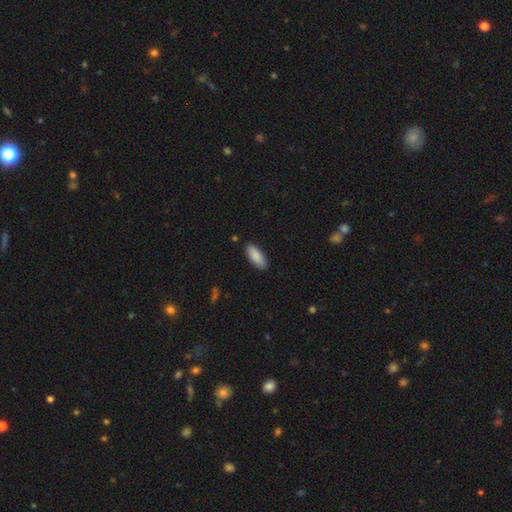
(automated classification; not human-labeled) Q: Smooth or featured?
A: smooth (89%); runner-up: star or artifact (6%)
Q: How rounded?
A: in between (81%); runner-up: cigar-shaped (17%)
Q: Merging?
A: none (88%); runner-up: minor disturbance (9%)